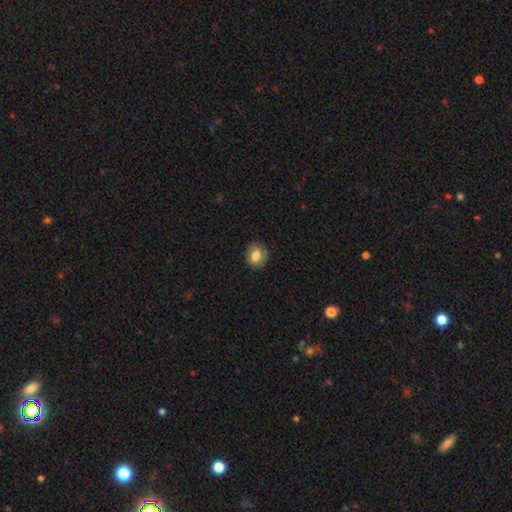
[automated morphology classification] smooth_or_featured: smooth (p=0.78) [alt: featured or disk p=0.13]
how_rounded: round (p=0.62) [alt: in between p=0.37]
merging: none (p=0.83) [alt: minor disturbance p=0.13]